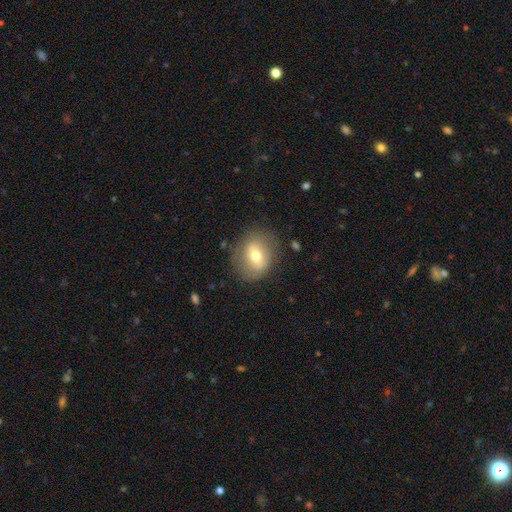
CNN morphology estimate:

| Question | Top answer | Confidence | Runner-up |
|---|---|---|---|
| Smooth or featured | smooth | 58% | featured or disk (33%) |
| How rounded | round | 60% | in between (38%) |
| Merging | none | 78% | minor disturbance (15%) |